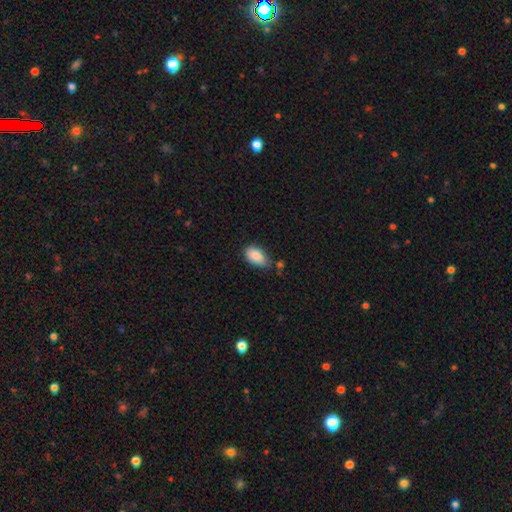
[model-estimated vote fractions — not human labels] Overall: smooth (87%). How rounded: in between (93%). Merging: none (63%; minor disturbance 27%).